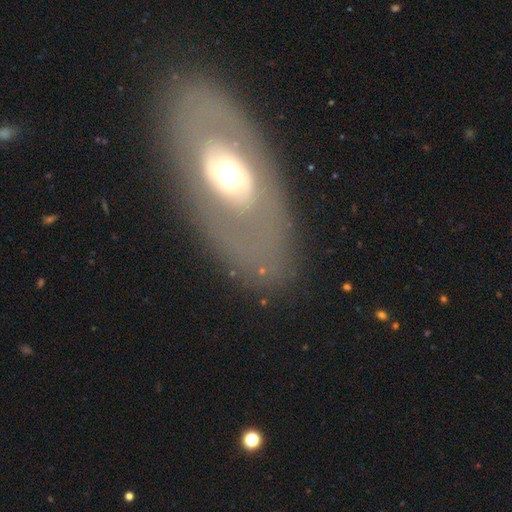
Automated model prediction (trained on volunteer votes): smooth-or-featured: featured or disk: 61% | smooth: 33% | star or artifact: 7%
  disk-edge-on: no: 88% | yes: 12%
    bar: no: 83% | weak: 12% | strong: 6%
    has-spiral-arms: no: 83% | yes: 17%
    bulge-size: moderate: 63% | large: 22% | small: 11% | dominant: 3% | none: 1%
  merging: none: 85% | minor disturbance: 9% | major disturbance: 5% | merger: 1%